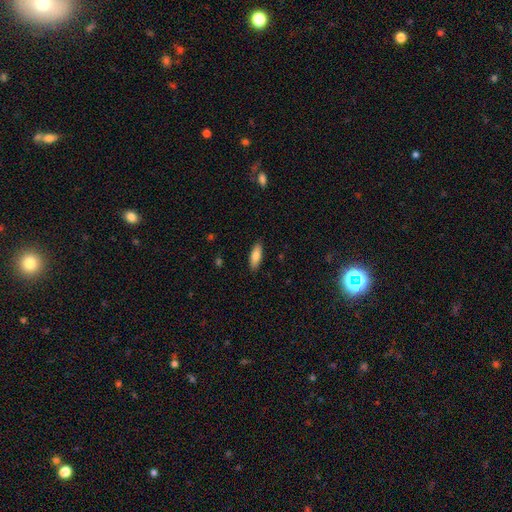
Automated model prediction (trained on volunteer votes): A smooth galaxy with no disk features (81%) that is in between round and cigar-shaped (70%). Merging: none (88%).